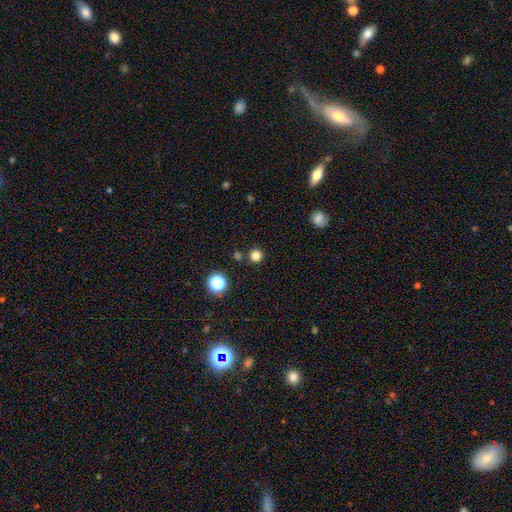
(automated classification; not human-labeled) This appears to be a smooth galaxy with no disk features (80%) that is round (95%). Merging: none (87%).